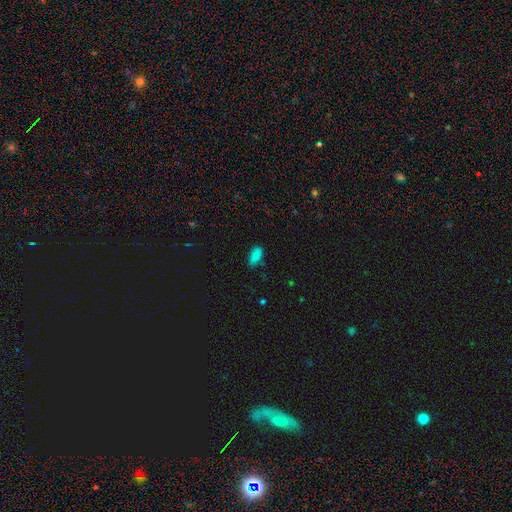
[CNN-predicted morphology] A smooth galaxy with no disk features (80%) that is in between round and cigar-shaped (91%).

Vote fractions:
- Smooth or featured? smooth: 80% / star or artifact: 11% / featured or disk: 9%
- How rounded? in between: 91% / cigar-shaped: 6% / round: 4%
- Merging? none: 69% / minor disturbance: 24% / major disturbance: 5% / merger: 2%